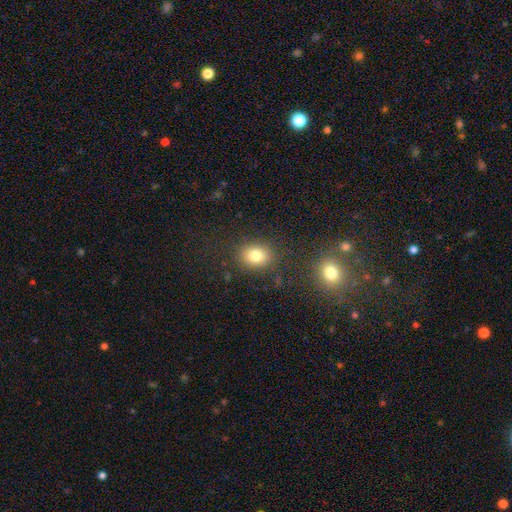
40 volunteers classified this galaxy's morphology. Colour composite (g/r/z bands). It shows a smooth galaxy with no disk features (82%) that is round (70%). Merging: none (89%).